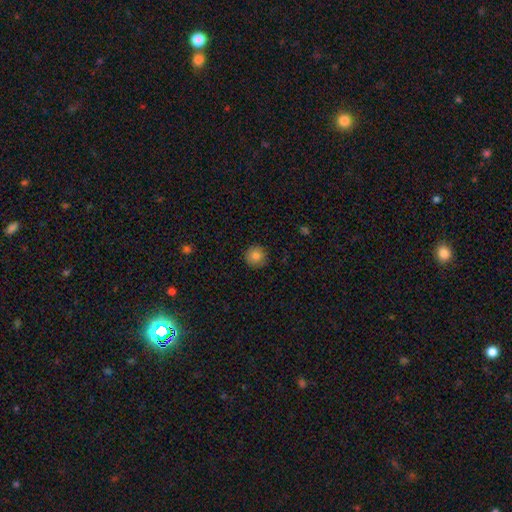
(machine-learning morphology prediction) This is clearly a smooth galaxy (82%). How rounded: clearly round (95%). Merging: clearly none (90%).